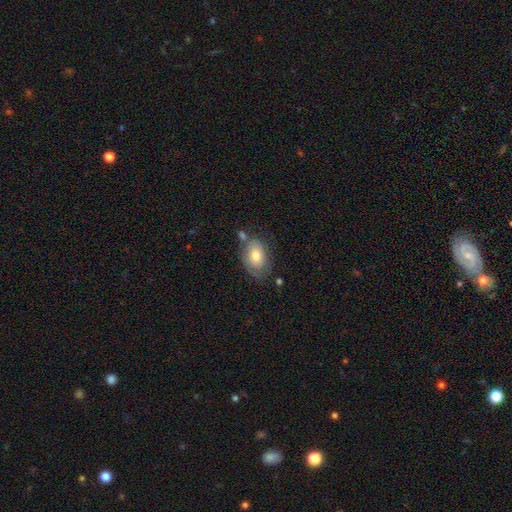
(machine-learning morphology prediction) A smooth galaxy with no disk features (66%) that is in between round and cigar-shaped (84%).

Vote fractions:
- Smooth or featured? smooth: 66% / featured or disk: 27% / star or artifact: 7%
- How rounded? in between: 84% / round: 15% / cigar-shaped: 1%
- Merging? none: 55% / minor disturbance: 25% / merger: 11% / major disturbance: 10%